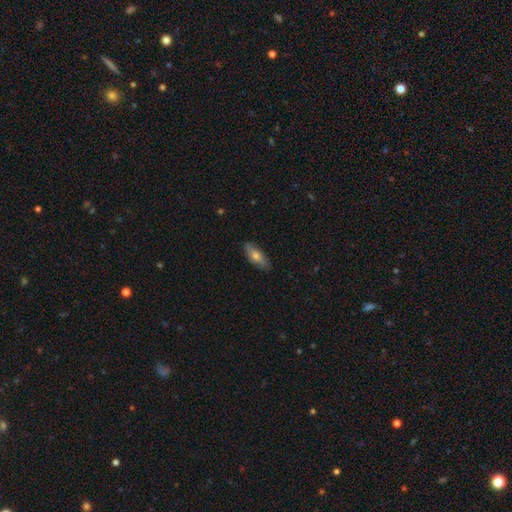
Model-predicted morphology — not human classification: This appears to be a smooth galaxy with no disk features (64%) that is in between round and cigar-shaped (78%). Merging: none (82%).